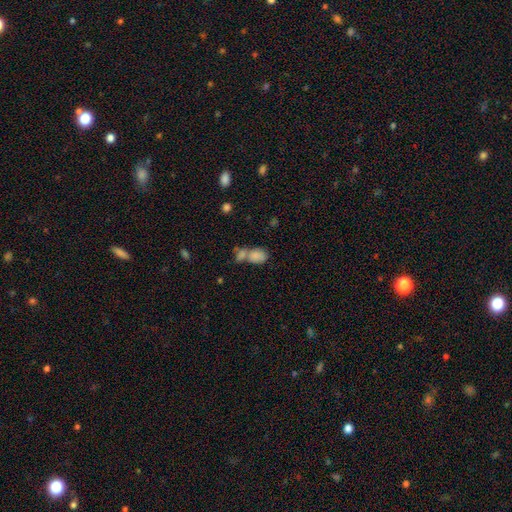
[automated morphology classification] Q: Smooth or featured?
A: smooth (82%); runner-up: featured or disk (9%)
Q: How rounded?
A: in between (81%); runner-up: round (17%)
Q: Merging?
A: merger (58%); runner-up: none (27%)